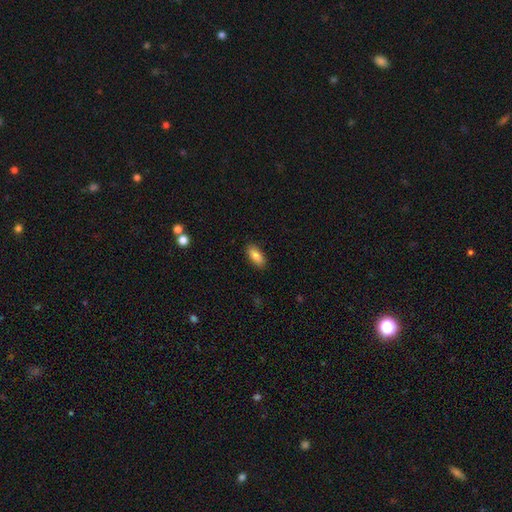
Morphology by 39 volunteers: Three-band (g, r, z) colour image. It shows a smooth galaxy with no disk features (87%) that is in between round and cigar-shaped (79%). Merging: none (84%).